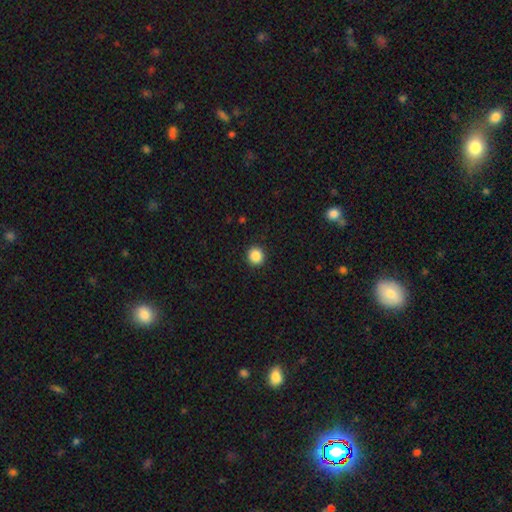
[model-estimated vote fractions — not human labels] smooth 88%, star or artifact 9%, featured or disk 3%. Down the decision tree: how rounded — round (91%); merging — none (93%).